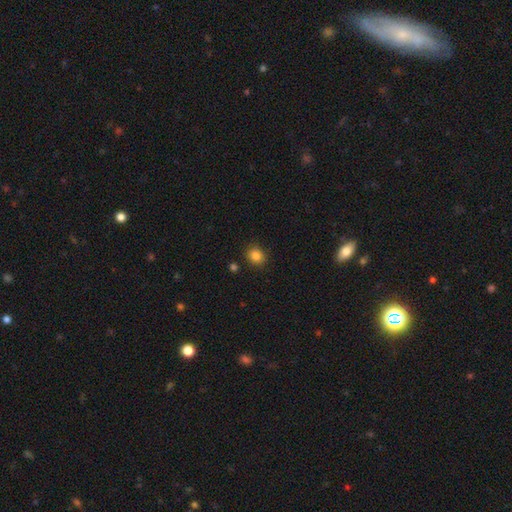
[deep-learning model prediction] Morphology: type=smooth (85%); roundness=round (70%); merging=none (87%).